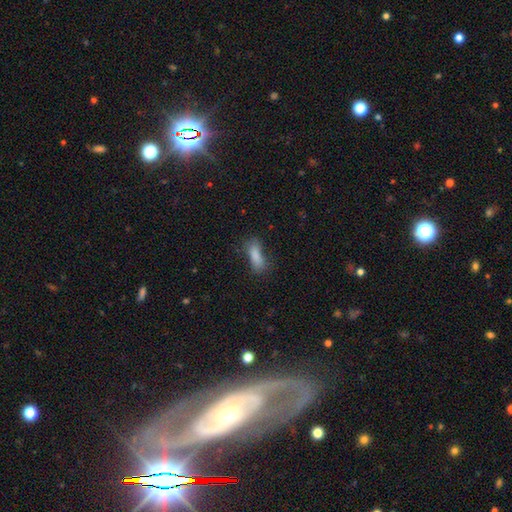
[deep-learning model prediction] This appears to be a smooth galaxy with no disk features (83%) that is in between round and cigar-shaped (68%). Merging: none (60%).